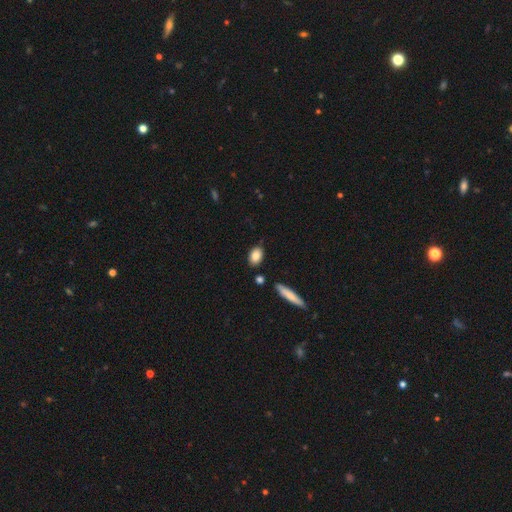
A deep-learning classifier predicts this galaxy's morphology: A smooth galaxy with no disk features (85%) that is in between round and cigar-shaped (83%).

Vote fractions:
- Smooth or featured? smooth: 85% / featured or disk: 8% / star or artifact: 7%
- How rounded? in between: 83% / round: 12% / cigar-shaped: 5%
- Merging? none: 80% / minor disturbance: 13% / merger: 5% / major disturbance: 3%